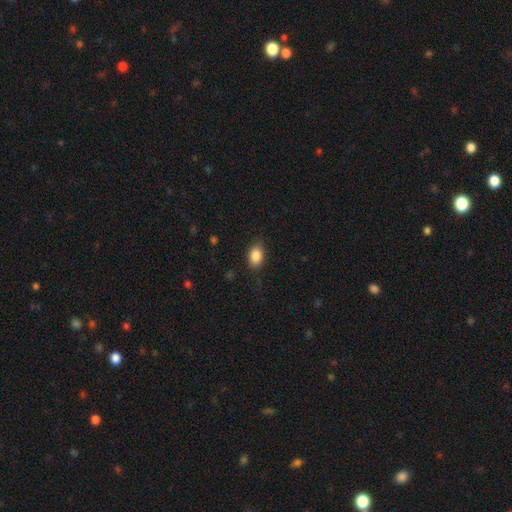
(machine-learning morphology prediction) Q: Smooth or featured?
A: smooth (87%); runner-up: star or artifact (8%)
Q: How rounded?
A: in between (83%); runner-up: round (16%)
Q: Merging?
A: none (81%); runner-up: minor disturbance (15%)